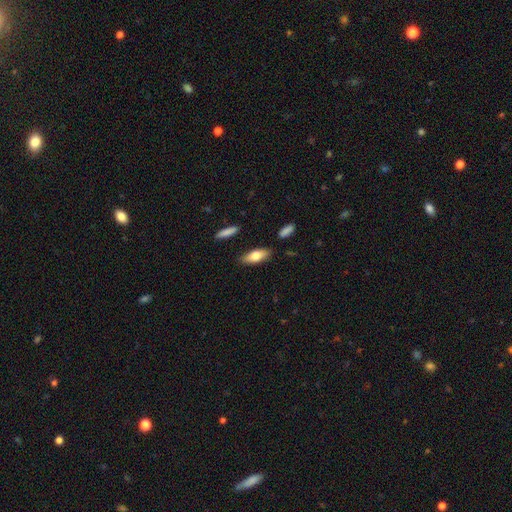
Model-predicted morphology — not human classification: smooth 74%, featured or disk 20%, star or artifact 6%. Down the decision tree: how rounded — in between (71%); merging — none (84%).